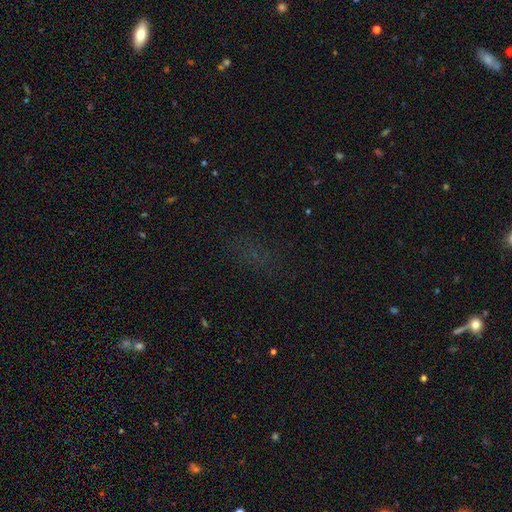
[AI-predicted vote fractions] A star or artifact, not a galaxy (58%).